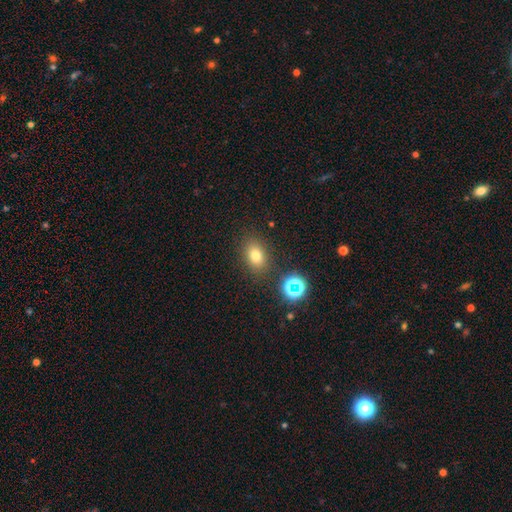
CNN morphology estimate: This appears to be a smooth galaxy with no disk features (74%) that is in between round and cigar-shaped (66%). Merging: none (83%).